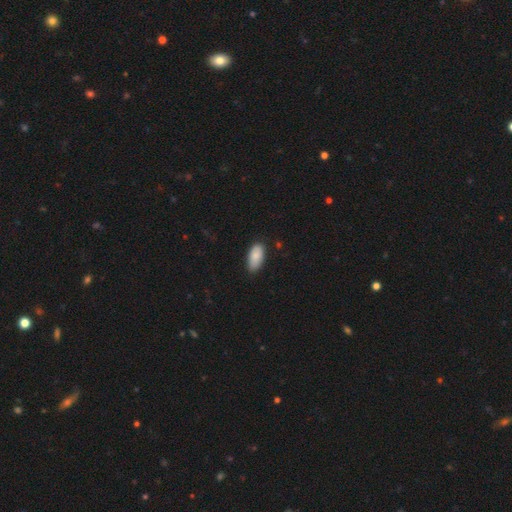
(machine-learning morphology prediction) smooth_or_featured: smooth (p=0.87) [alt: featured or disk p=0.07]
how_rounded: in between (p=0.92) [alt: cigar-shaped p=0.06]
merging: none (p=0.79) [alt: minor disturbance p=0.18]